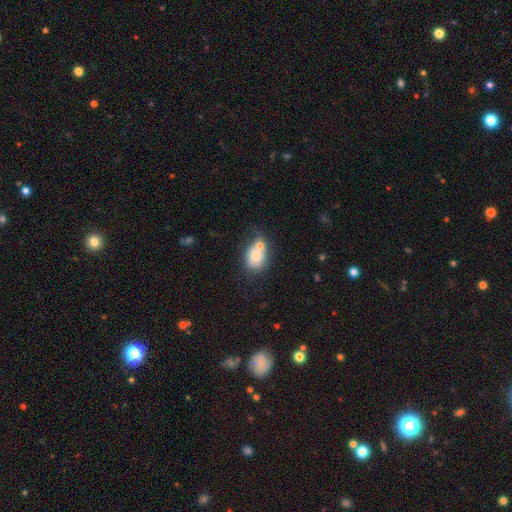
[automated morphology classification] Smooth or featured?
  - smooth: 77% *
  - featured or disk: 14%
  - star or artifact: 9%
How rounded?
  - in between: 71% *
  - round: 28%
  - cigar-shaped: 1%
Merging?
  - none: 43% *
  - merger: 32%
  - minor disturbance: 18%
  - major disturbance: 7%